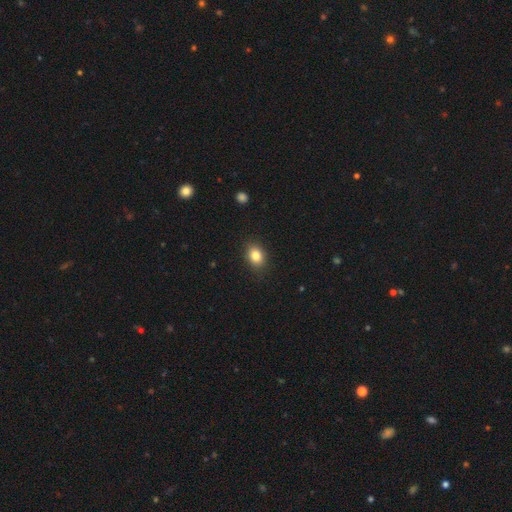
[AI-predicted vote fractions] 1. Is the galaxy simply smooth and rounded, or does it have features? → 83% smooth, 10% star or artifact, 7% featured or disk.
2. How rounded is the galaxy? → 60% in between, 39% round, 1% cigar-shaped.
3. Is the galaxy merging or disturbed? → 87% none, 10% minor disturbance, 2% major disturbance, 1% merger.